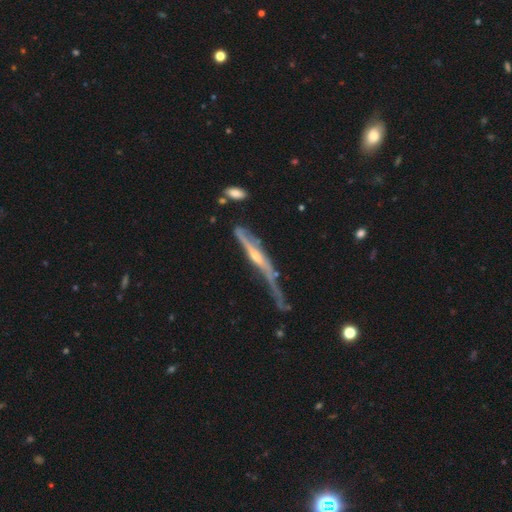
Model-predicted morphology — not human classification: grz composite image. It shows a featured or disk galaxy (75%) viewed edge-on (83%) with a rounded central bulge (62%). Merging: major disturbance (36%).